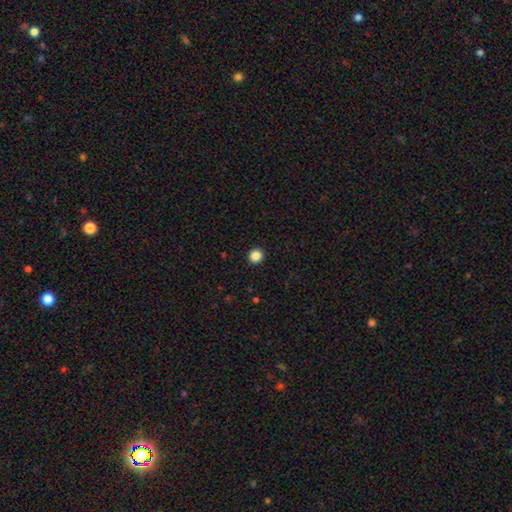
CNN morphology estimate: This is clearly a smooth galaxy (86%). How rounded: clearly round (87%). Merging: clearly none (93%).